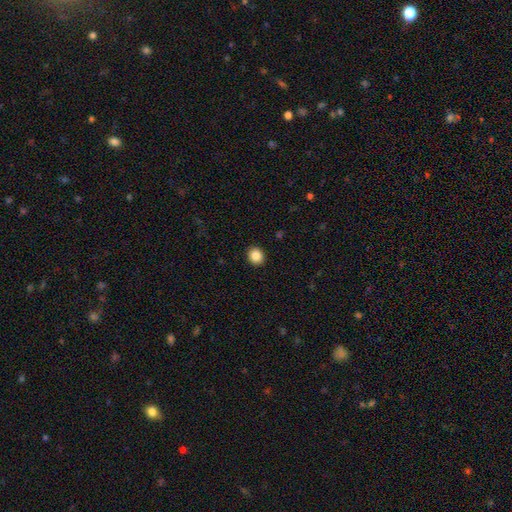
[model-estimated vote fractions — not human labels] This is clearly a smooth galaxy (87%). How rounded: likely round (74%). Merging: clearly none (92%).